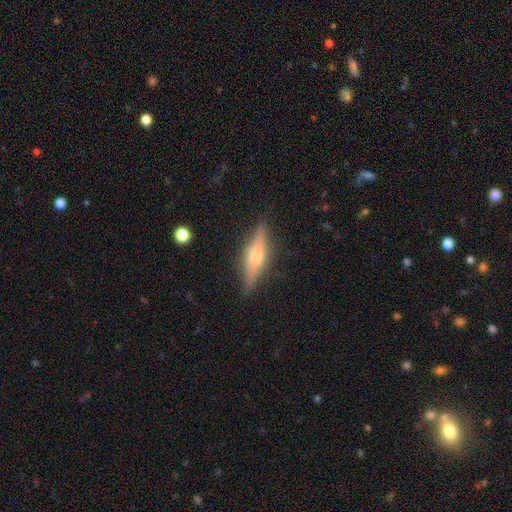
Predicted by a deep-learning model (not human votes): Smooth or featured? featured or disk (58%)
Edge-on disk? yes (94%)
Edge-on bulge? rounded (76%)
Merging? none (85%)